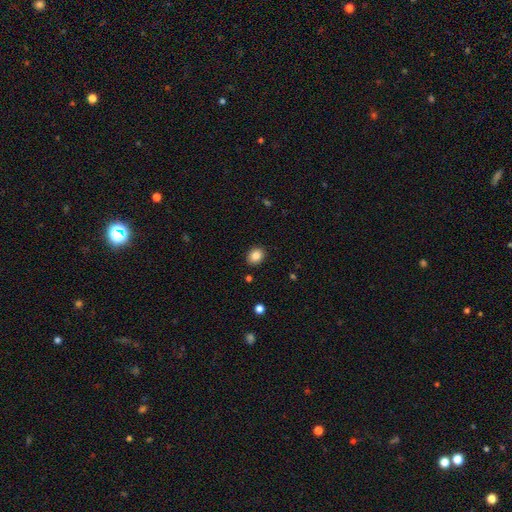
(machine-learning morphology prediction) The model was most divided on "how rounded": round: 54%, in between: 46%, cigar-shaped: 1%. More confident: merging — none (89%); smooth or featured — smooth (86%).